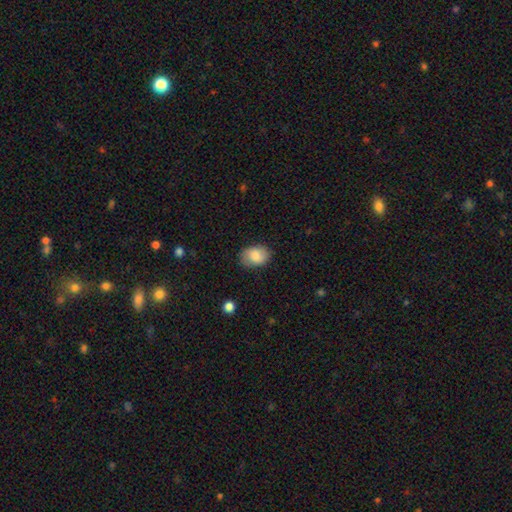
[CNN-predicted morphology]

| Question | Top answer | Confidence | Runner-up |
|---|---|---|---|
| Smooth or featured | smooth | 84% | featured or disk (9%) |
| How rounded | in between | 77% | round (22%) |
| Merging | none | 78% | minor disturbance (17%) |